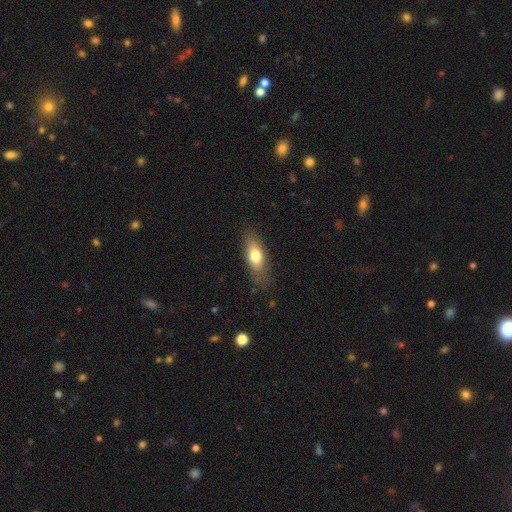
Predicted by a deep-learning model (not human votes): Q: Smooth or featured?
A: smooth (71%); runner-up: featured or disk (22%)
Q: How rounded?
A: in between (67%); runner-up: cigar-shaped (29%)
Q: Merging?
A: none (79%); runner-up: minor disturbance (15%)